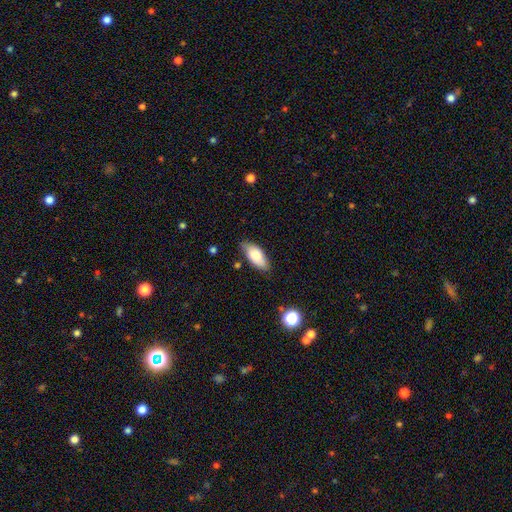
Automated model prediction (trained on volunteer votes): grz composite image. It shows a smooth galaxy with no disk features (81%) that is in between round and cigar-shaped (87%). Merging: none (75%).